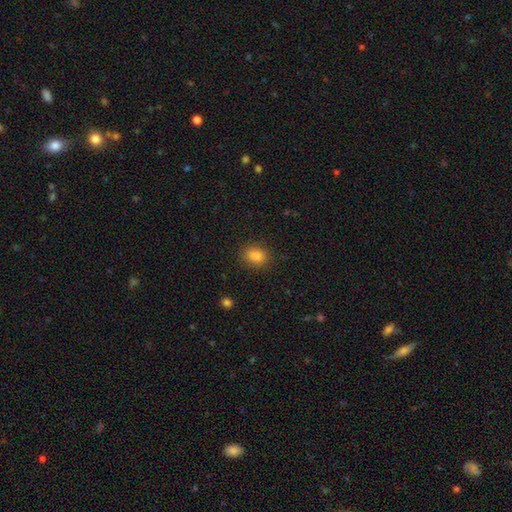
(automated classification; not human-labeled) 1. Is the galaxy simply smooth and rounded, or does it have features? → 84% smooth, 12% star or artifact, 4% featured or disk.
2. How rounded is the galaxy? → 63% in between, 36% round, 1% cigar-shaped.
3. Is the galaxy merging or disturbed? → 84% none, 11% minor disturbance, 3% major disturbance, 2% merger.